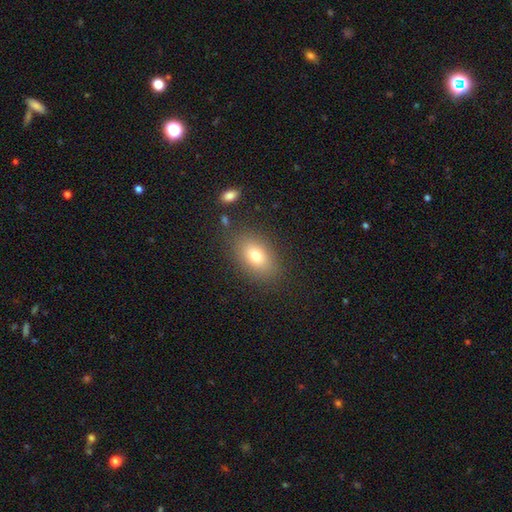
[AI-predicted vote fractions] This is likely a smooth galaxy (76%). How rounded: clearly in between (84%). Merging: clearly none (83%).